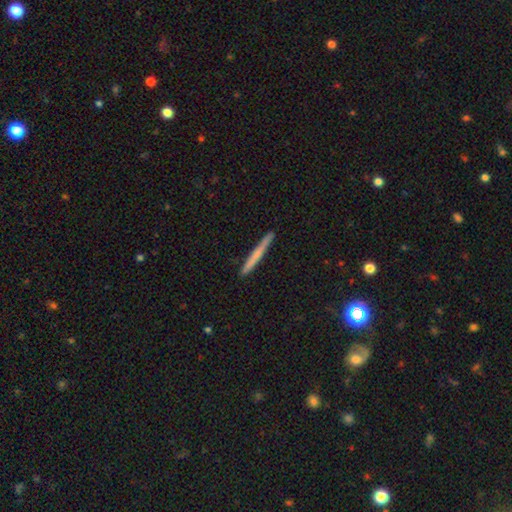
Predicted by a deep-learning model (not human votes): smooth 54%, featured or disk 39%, star or artifact 6%. Down the decision tree: how rounded — cigar-shaped (97%); merging — none (91%).